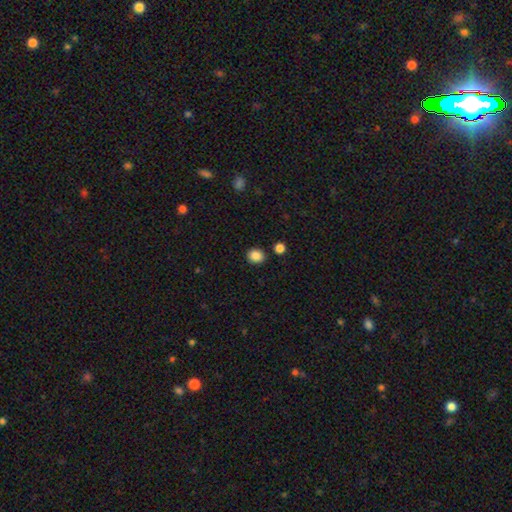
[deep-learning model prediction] A smooth galaxy with no disk features (86%) that is round (74%). Merging: none (88%).